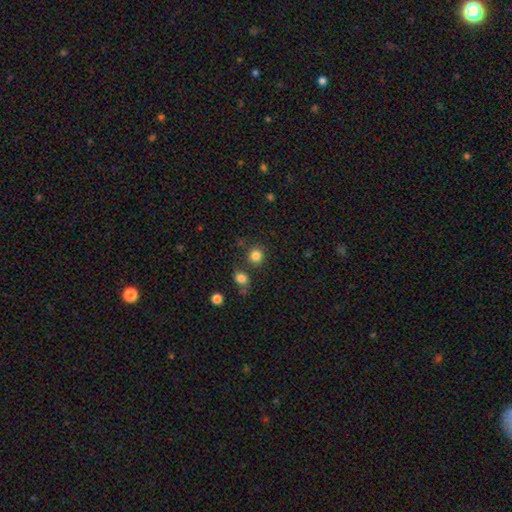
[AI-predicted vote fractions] Overall: smooth (83%). How rounded: round (89%). Merging: none (80%).